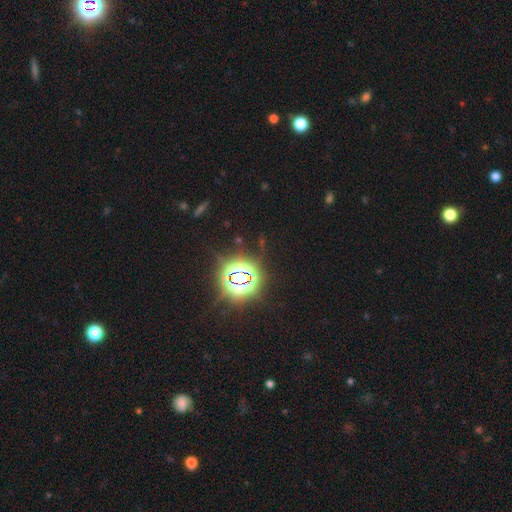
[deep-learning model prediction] smooth_or_featured: star or artifact (p=0.84) [alt: smooth p=0.10]